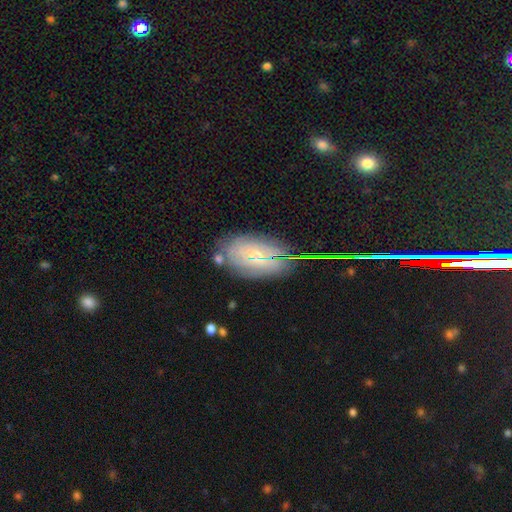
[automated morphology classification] This is possibly a featured or disk galaxy (50%). Merging: likely none (74%).